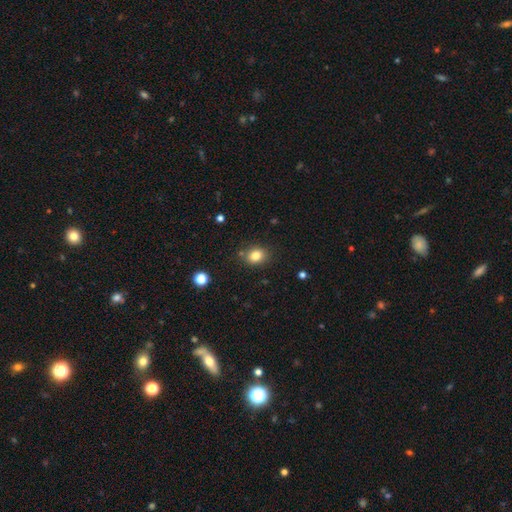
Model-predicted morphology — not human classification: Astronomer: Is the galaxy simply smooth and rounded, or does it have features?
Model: smooth — 81%.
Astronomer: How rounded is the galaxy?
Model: round — 60% (runner-up: in between, 39%).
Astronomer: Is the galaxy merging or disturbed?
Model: none — 81%.